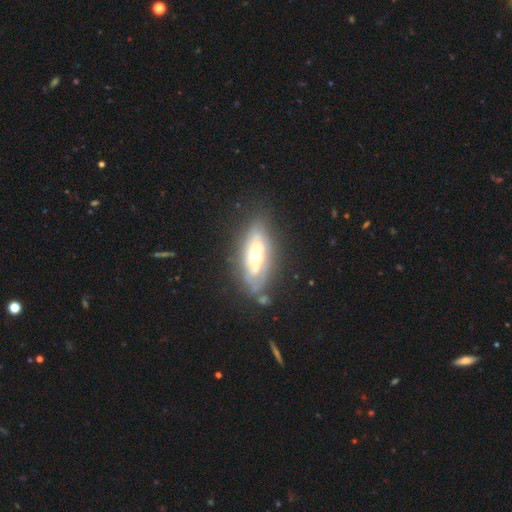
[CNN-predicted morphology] type=featured or disk (73%); edge-on=no (79%); bar=no (71%); spiral arms=yes (65%); bulge=moderate (63%); merging=none (68%).